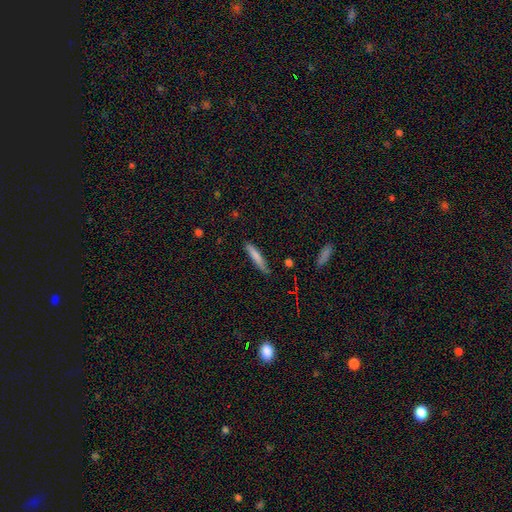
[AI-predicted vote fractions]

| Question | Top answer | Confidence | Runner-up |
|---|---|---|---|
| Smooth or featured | smooth | 77% | featured or disk (17%) |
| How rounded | cigar-shaped | 91% | in between (8%) |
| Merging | none | 78% | minor disturbance (17%) |